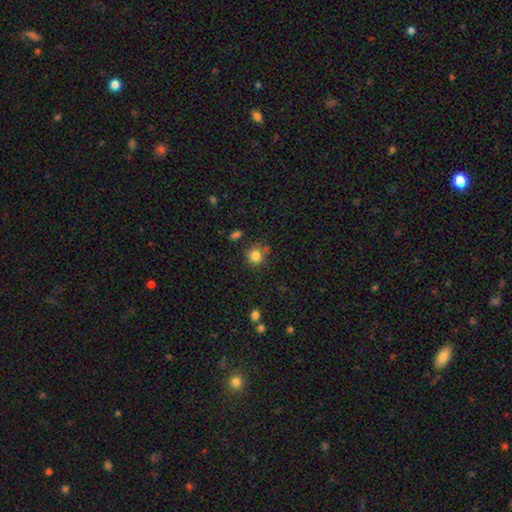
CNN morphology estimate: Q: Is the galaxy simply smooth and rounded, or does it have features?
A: smooth — 82%.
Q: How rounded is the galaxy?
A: round — 86%.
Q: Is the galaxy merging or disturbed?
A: none — 71%.